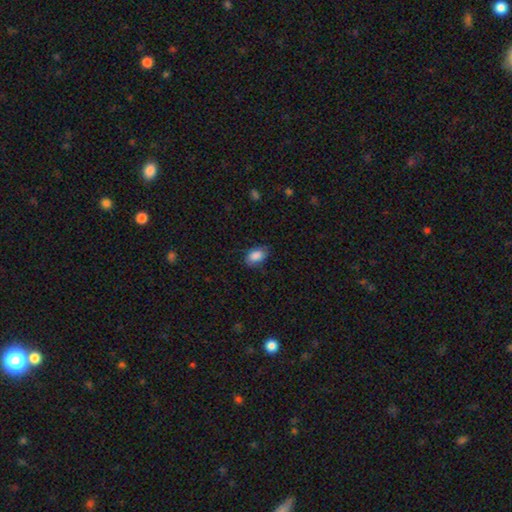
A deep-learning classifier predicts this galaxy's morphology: This is clearly a smooth galaxy (86%). How rounded: clearly in between (88%). Merging: likely none (75%).